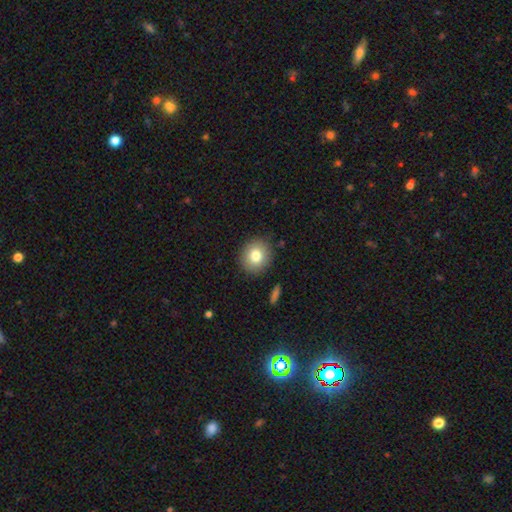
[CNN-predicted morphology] Smooth or featured? smooth (79%)
How rounded? round (83%)
Merging? none (88%)